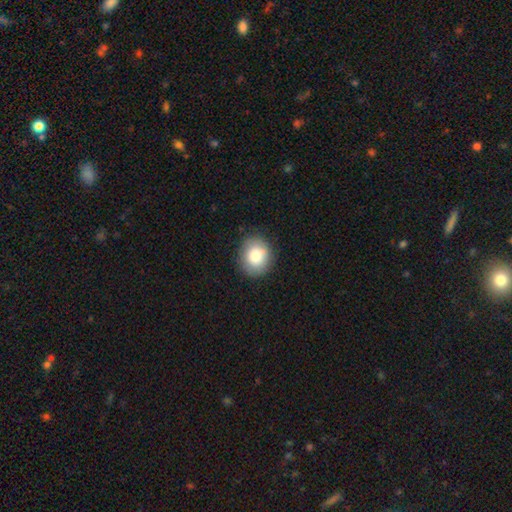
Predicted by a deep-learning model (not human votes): A smooth galaxy with no disk features (82%) that is round (79%).

Vote fractions:
- Smooth or featured? smooth: 82% / featured or disk: 10% / star or artifact: 8%
- How rounded? round: 79% / in between: 20% / cigar-shaped: 1%
- Merging? none: 86% / minor disturbance: 11% / major disturbance: 3% / merger: 1%